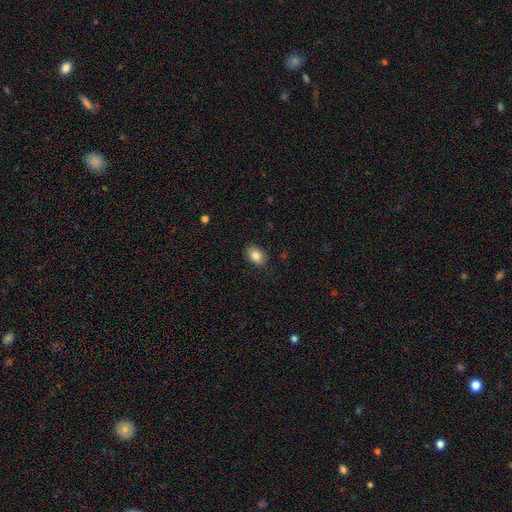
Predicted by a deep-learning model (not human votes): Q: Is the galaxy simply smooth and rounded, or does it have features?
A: smooth — 84%.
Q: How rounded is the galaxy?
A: in between — 84%.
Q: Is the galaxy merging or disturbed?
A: none — 86%.